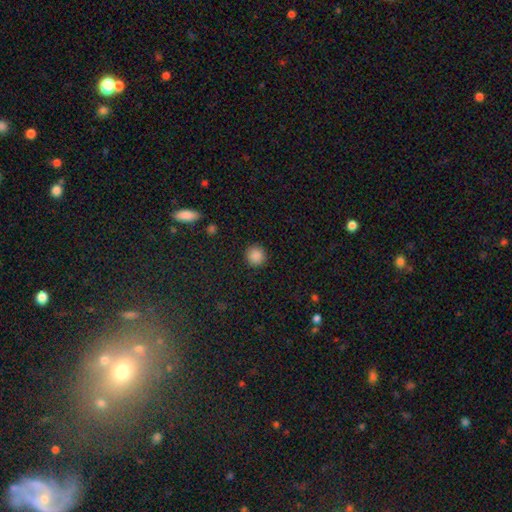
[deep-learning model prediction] This is clearly a smooth galaxy (87%). How rounded: clearly round (94%). Merging: clearly none (92%).